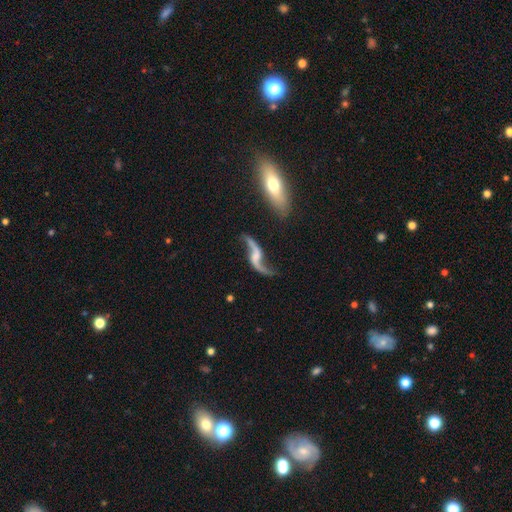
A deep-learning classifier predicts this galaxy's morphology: smooth-or-featured: featured or disk: 89% | smooth: 6% | star or artifact: 5%
  disk-edge-on: no: 95% | yes: 5%
    bar: no: 43% | weak: 41% | strong: 16%
    has-spiral-arms: yes: 96% | no: 4%
      spiral-winding: loose: 94% | medium: 4% | tight: 1%
      spiral-arm-count: 2: 93% | 1: 3% | can't tell: 1% | 3: 1% | 4: 1% | more than 4: 1%
    bulge-size: none: 43% | small: 31% | moderate: 19% | large: 5% | dominant: 2%
  merging: none: 68% | minor disturbance: 16% | major disturbance: 10% | merger: 6%